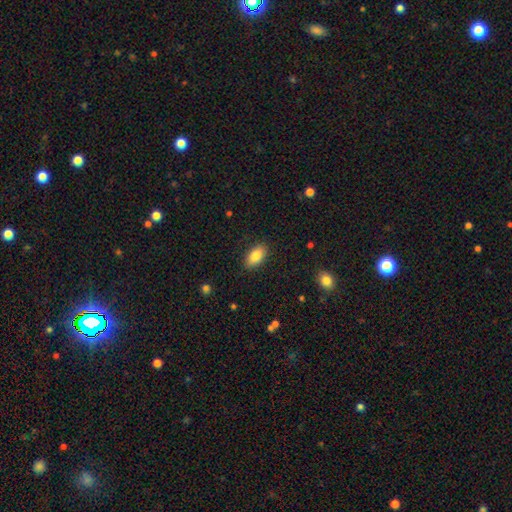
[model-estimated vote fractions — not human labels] A smooth galaxy with no disk features (85%) that is in between round and cigar-shaped (91%).

Vote fractions:
- Smooth or featured? smooth: 85% / star or artifact: 7% / featured or disk: 7%
- How rounded? in between: 91% / round: 5% / cigar-shaped: 4%
- Merging? none: 86% / minor disturbance: 10% / major disturbance: 3% / merger: 1%